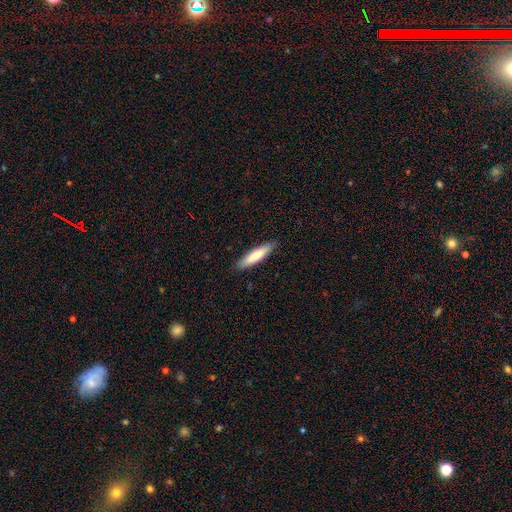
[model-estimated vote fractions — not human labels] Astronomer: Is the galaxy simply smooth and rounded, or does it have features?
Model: smooth — 74%.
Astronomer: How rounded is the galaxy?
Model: cigar-shaped — 80%.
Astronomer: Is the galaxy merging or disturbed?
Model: none — 89%.